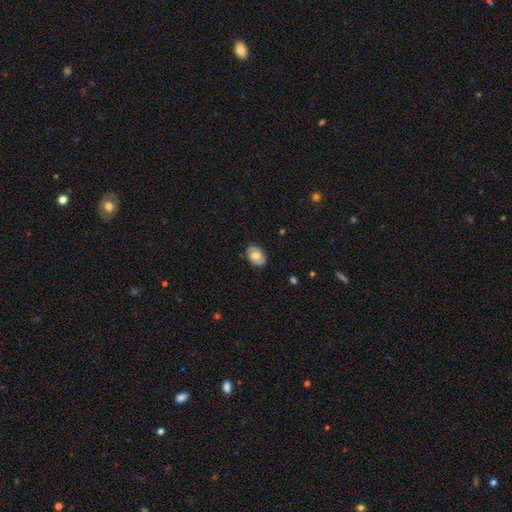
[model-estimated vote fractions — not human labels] Smooth or featured? Predicted: smooth (p=0.52). How rounded? Predicted: in between (p=0.80). Merging? Predicted: none (p=0.82).